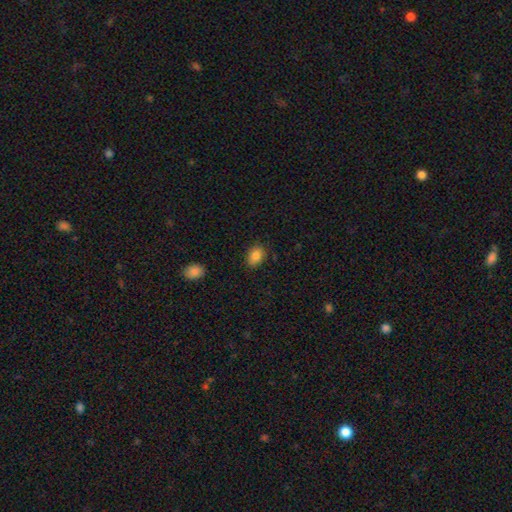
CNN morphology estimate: Smooth or featured? smooth (85%)
How rounded? in between (70%)
Merging? none (83%)